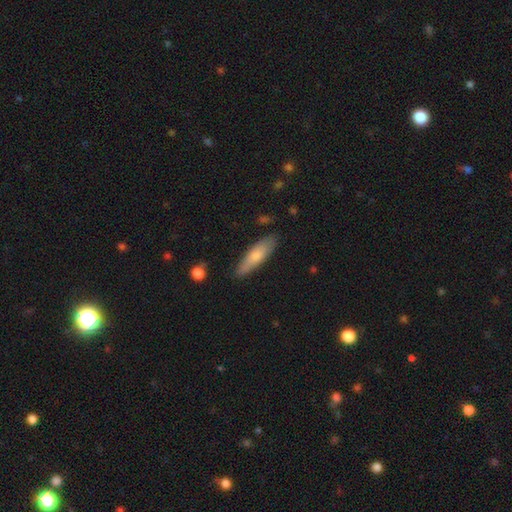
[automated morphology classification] This is likely a smooth galaxy (71%). How rounded: likely cigar-shaped (66%). Merging: clearly none (82%).